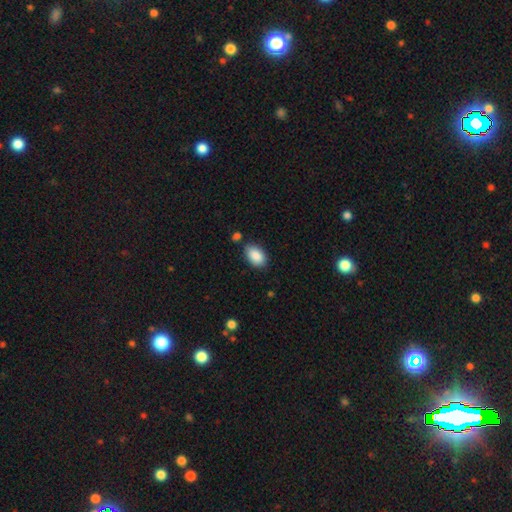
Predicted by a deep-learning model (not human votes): Smooth or featured: smooth — 89% (star or artifact — 7%)
How rounded: in between — 92% (round — 7%)
Merging: none — 76% (minor disturbance — 16%)